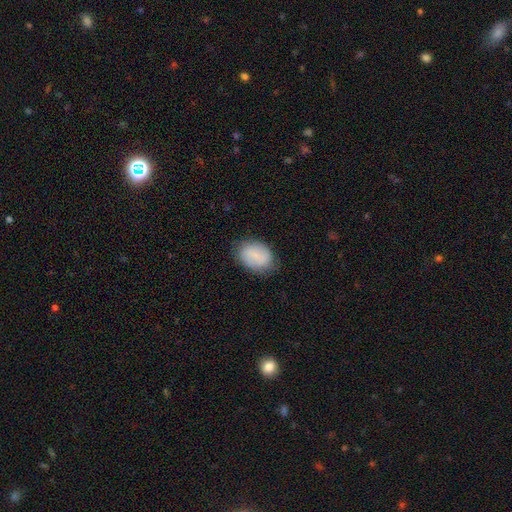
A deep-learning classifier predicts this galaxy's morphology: The model was most divided on "smooth or featured": smooth: 73%, featured or disk: 20%, star or artifact: 7%. More confident: how rounded — in between (81%); merging — none (80%).